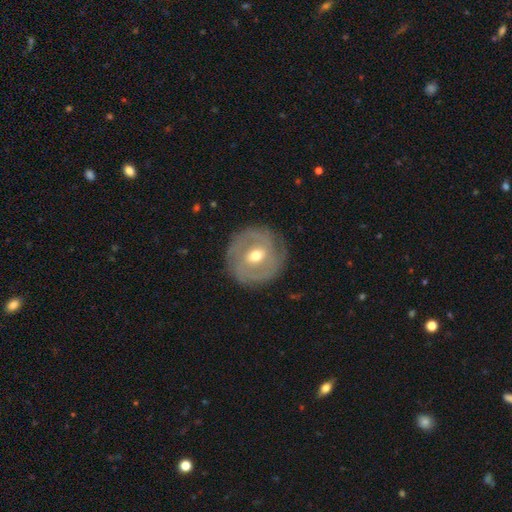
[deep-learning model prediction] smooth_or_featured: featured or disk (p=0.73) [alt: smooth p=0.21]
disk_edge_on: no (p=0.96) [alt: yes p=0.04]
bar: weak (p=0.50) [alt: no p=0.31]
has_spiral_arms: yes (p=0.78) [alt: no p=0.22]
spiral_winding: tight (p=0.59) [alt: medium p=0.30]
spiral_arm_count: 2 (p=0.52) [alt: can't tell p=0.27]
bulge_size: moderate (p=0.68) [alt: small p=0.27]
merging: none (p=0.82) [alt: minor disturbance p=0.12]